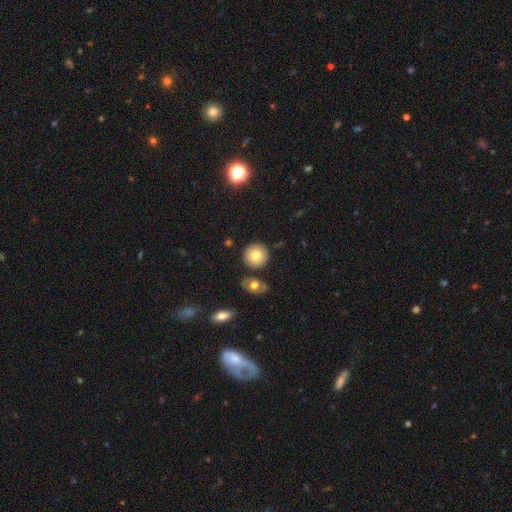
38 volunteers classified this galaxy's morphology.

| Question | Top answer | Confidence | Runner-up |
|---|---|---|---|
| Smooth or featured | smooth | 79% | featured or disk (18%) |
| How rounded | round | 93% | in between (7%) |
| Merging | none | 89% | minor disturbance (5%) |